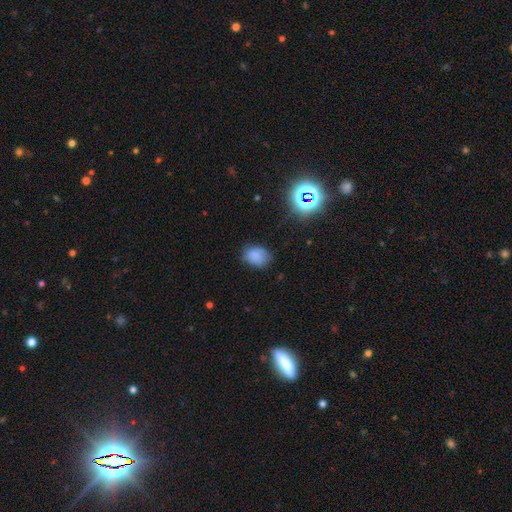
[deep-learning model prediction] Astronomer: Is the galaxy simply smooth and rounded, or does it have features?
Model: smooth — 79%.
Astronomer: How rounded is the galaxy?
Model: in between — 72%.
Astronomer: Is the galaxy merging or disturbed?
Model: none — 67%.